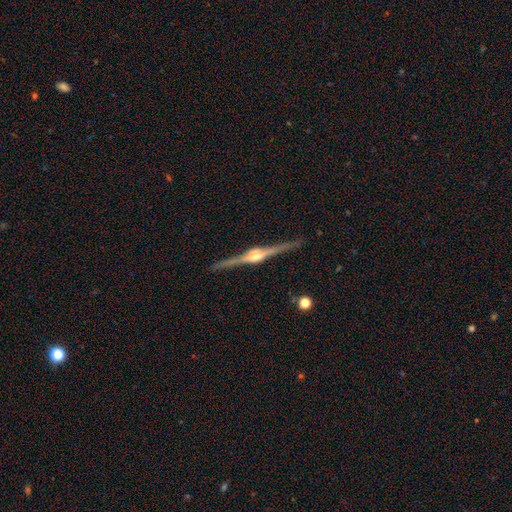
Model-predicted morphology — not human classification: smooth_or_featured: featured or disk (p=0.89) [alt: star or artifact p=0.05]
disk_edge_on: yes (p=0.99) [alt: no p=0.01]
edge_on_bulge: rounded (p=0.88) [alt: boxy p=0.10]
merging: none (p=0.90) [alt: minor disturbance p=0.07]